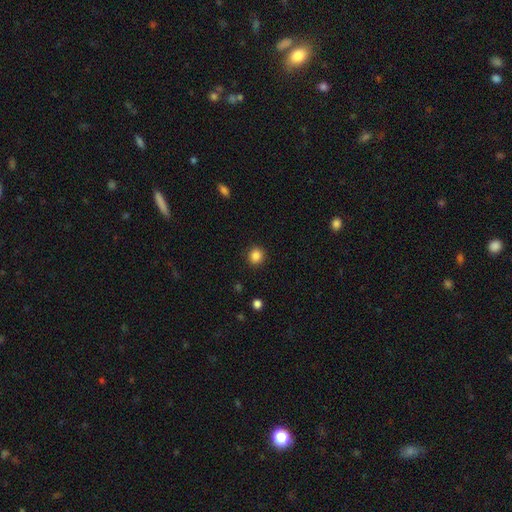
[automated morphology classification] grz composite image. It shows a smooth galaxy with no disk features (86%) that is round (87%). Merging: none (91%).